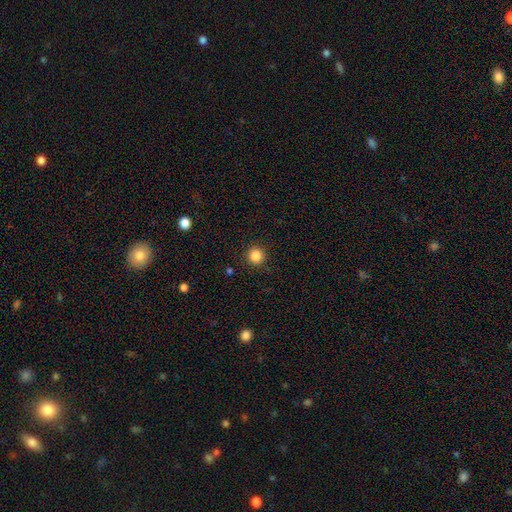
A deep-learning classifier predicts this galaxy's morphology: A smooth galaxy with no disk features (85%) that is round (95%). Merging: none (92%).